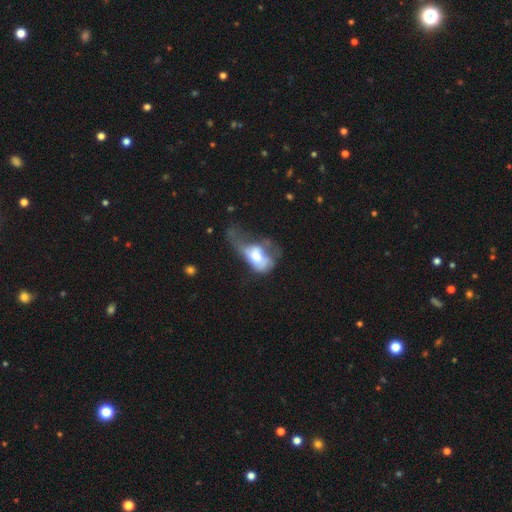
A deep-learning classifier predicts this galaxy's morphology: This appears to be a smooth galaxy with no disk features (51%) that is in between round and cigar-shaped (77%). Merging: major disturbance (62%).